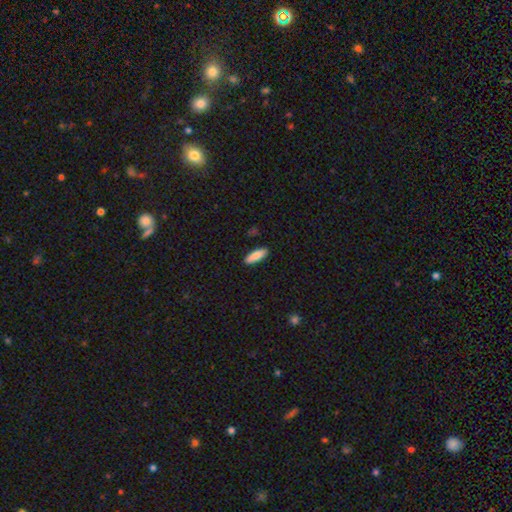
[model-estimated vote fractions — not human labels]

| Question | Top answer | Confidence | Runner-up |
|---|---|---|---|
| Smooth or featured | smooth | 86% | featured or disk (9%) |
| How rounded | in between | 54% | cigar-shaped (44%) |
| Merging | none | 89% | minor disturbance (8%) |